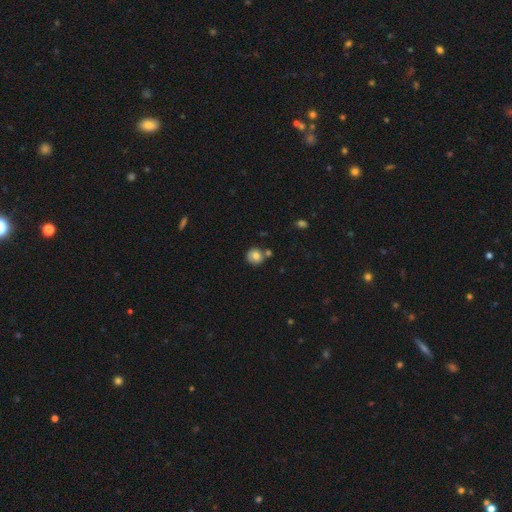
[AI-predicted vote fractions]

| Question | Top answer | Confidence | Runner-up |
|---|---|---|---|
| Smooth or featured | smooth | 75% | featured or disk (15%) |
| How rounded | round | 90% | in between (10%) |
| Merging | none | 70% | merger (14%) |